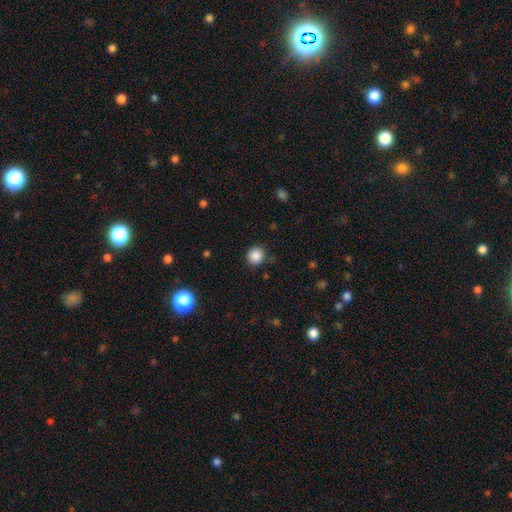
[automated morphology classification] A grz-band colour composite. It shows a smooth galaxy with no disk features (87%) that is round (88%). Merging: none (86%).